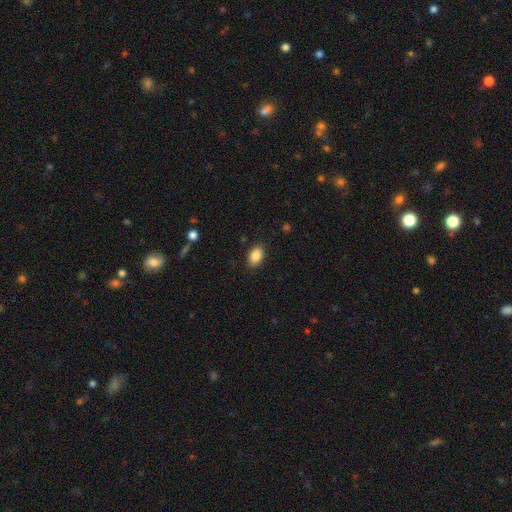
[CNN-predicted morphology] Smooth or featured?
  - smooth: 88% *
  - star or artifact: 8%
  - featured or disk: 5%
How rounded?
  - in between: 89% *
  - round: 9%
  - cigar-shaped: 1%
Merging?
  - none: 87% *
  - minor disturbance: 9%
  - major disturbance: 2%
  - merger: 1%